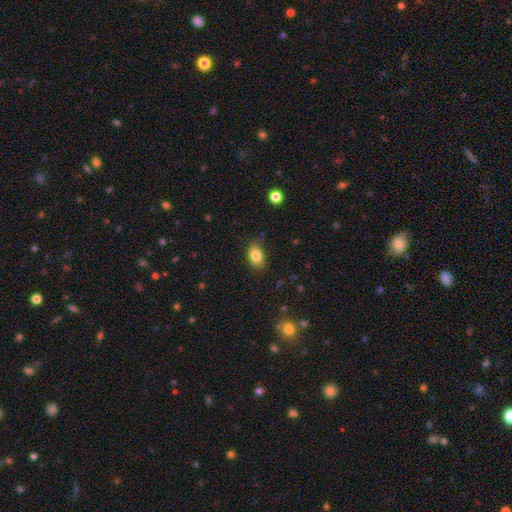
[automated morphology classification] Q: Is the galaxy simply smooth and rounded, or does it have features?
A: smooth — 83%.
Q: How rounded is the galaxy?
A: in between — 85%.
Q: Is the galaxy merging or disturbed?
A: none — 80%.